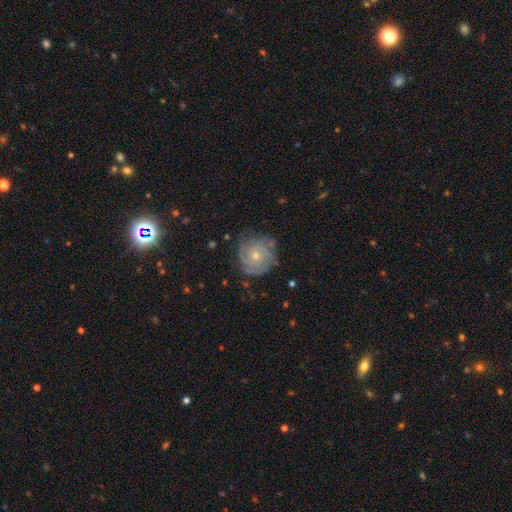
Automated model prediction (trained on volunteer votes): Smooth or featured: featured or disk — 73% (smooth — 21%)
Edge-on disk: no — 98% (yes — 2%)
Bar: no — 80% (weak — 17%)
Spiral arms: yes — 90% (no — 10%)
Spiral winding: tight — 71% (medium — 23%)
Spiral arm count: can't tell — 37% (3 — 22%)
Bulge size: small — 54% (moderate — 42%)
Merging: none — 73% (minor disturbance — 19%)